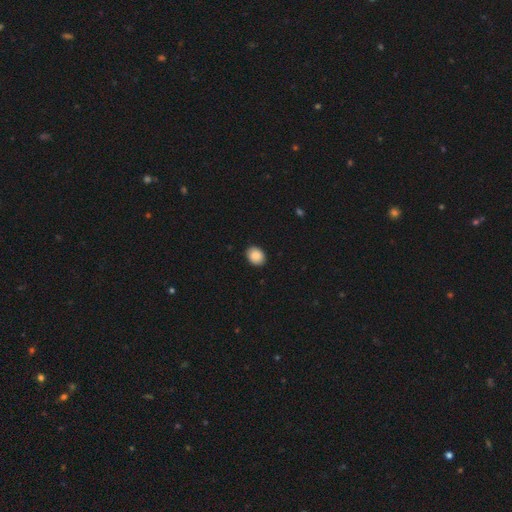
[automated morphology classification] Smooth or featured: smooth — 89% (star or artifact — 7%)
How rounded: in between — 56% (round — 43%)
Merging: none — 90% (minor disturbance — 7%)